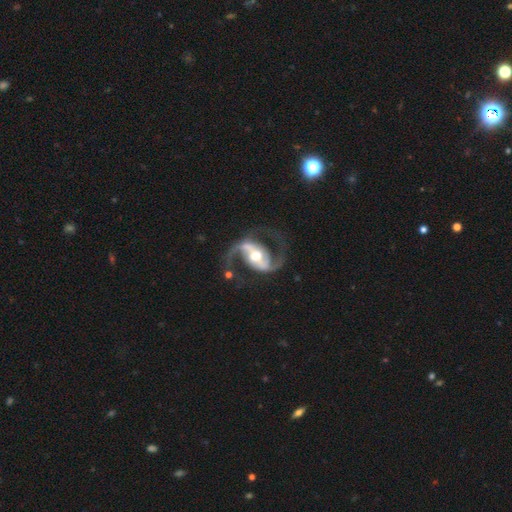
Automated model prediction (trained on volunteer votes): This is clearly a featured or disk galaxy (92%). It is clearly not viewed edge-on (98%). Bar: possibly strong (50%). Spiral arm pattern: clearly yes (97%). Spiral arm count: clearly 2 (94%). Spiral winding: possibly medium (52%). Central bulge: likely moderate (67%). Merging: likely none (74%).